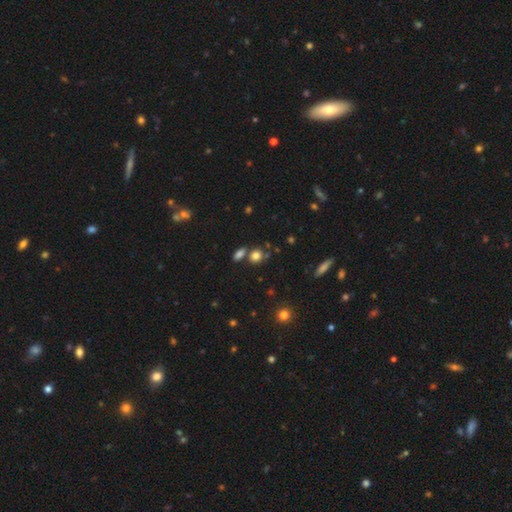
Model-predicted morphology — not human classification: Smooth or featured? Predicted: smooth (p=0.79). How rounded? Predicted: round (p=0.63). Merging? Predicted: none (p=0.61).